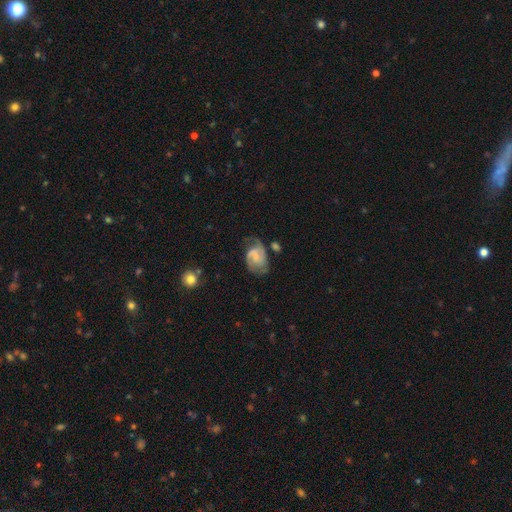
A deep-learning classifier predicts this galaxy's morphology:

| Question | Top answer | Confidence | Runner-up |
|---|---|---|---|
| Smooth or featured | featured or disk | 67% | smooth (25%) |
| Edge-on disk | no | 97% | yes (3%) |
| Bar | no | 47% | weak (43%) |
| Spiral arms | yes | 89% | no (11%) |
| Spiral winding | medium | 44% | tight (34%) |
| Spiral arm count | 2 | 66% | can't tell (16%) |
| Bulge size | small | 45% | none (31%) |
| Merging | none | 46% | minor disturbance (28%) |